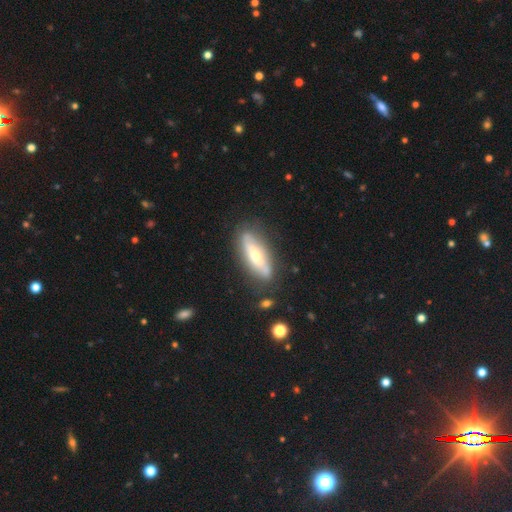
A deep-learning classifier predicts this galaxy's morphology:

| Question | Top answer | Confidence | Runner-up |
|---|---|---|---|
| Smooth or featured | featured or disk | 54% | smooth (40%) |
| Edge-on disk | no | 54% | yes (46%) |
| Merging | none | 78% | minor disturbance (15%) |